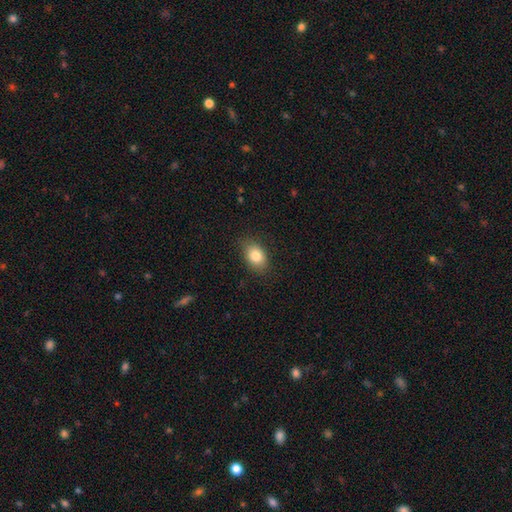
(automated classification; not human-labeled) Q: Smooth or featured?
A: smooth (83%); runner-up: star or artifact (9%)
Q: How rounded?
A: in between (78%); runner-up: round (21%)
Q: Merging?
A: none (82%); runner-up: minor disturbance (14%)